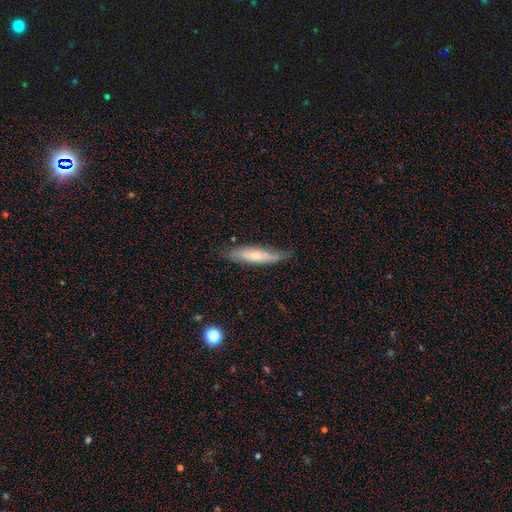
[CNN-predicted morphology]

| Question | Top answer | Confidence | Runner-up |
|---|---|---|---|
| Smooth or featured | smooth | 50% | featured or disk (43%) |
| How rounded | cigar-shaped | 78% | in between (20%) |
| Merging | none | 65% | minor disturbance (26%) |